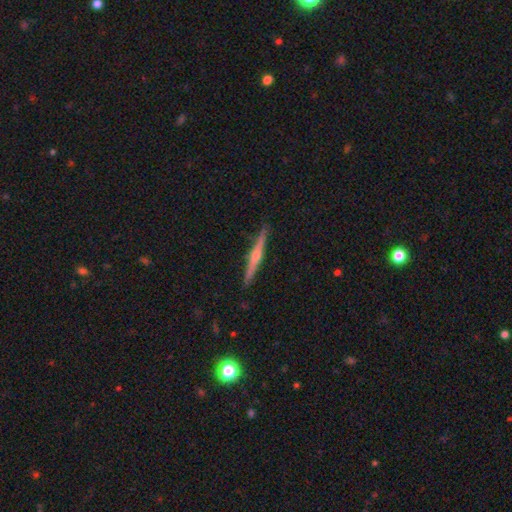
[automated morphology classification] Q: Smooth or featured?
A: featured or disk (75%); runner-up: smooth (20%)
Q: Edge-on disk?
A: yes (98%); runner-up: no (2%)
Q: Edge-on bulge?
A: rounded (88%); runner-up: none (8%)
Q: Merging?
A: none (91%); runner-up: minor disturbance (7%)